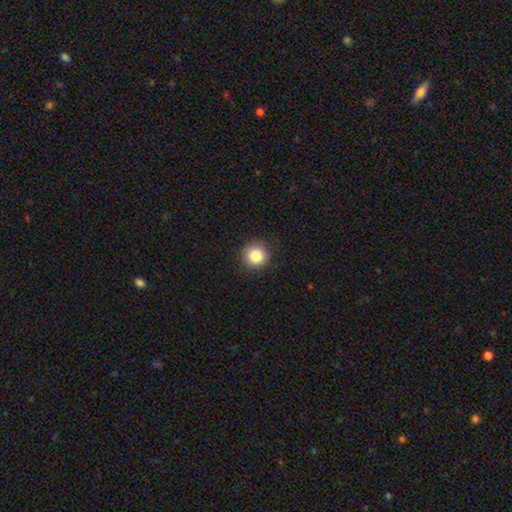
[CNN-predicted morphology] type=smooth (83%); roundness=round (95%); merging=none (91%).